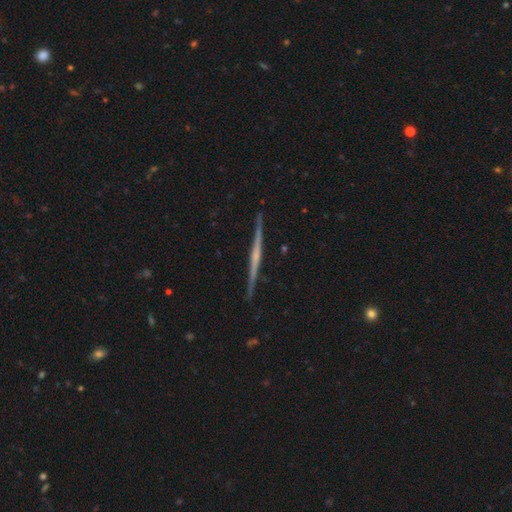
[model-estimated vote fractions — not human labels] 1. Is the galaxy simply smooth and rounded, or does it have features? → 78% featured or disk, 17% smooth, 5% star or artifact.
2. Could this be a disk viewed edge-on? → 98% yes, 2% no.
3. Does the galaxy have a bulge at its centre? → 51% none, 37% rounded, 12% boxy.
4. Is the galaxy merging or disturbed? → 91% none, 6% minor disturbance, 1% major disturbance, 1% merger.